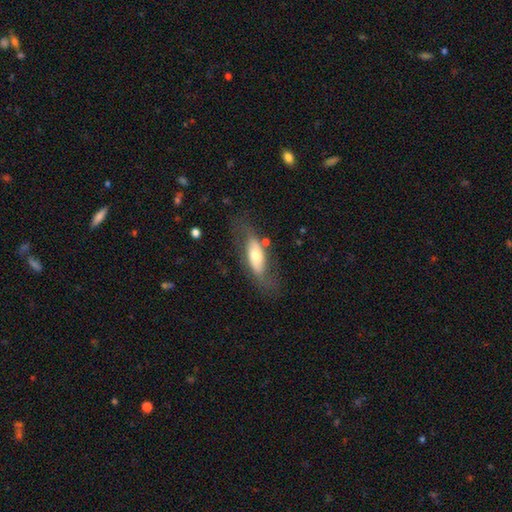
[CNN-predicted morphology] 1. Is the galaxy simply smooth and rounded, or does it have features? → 49% smooth, 45% featured or disk, 7% star or artifact.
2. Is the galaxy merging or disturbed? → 62% none, 21% minor disturbance, 13% major disturbance, 4% merger.